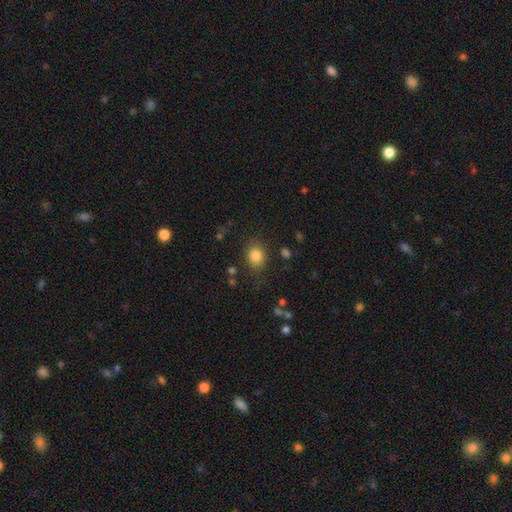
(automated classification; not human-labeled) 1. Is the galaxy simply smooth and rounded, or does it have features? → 83% smooth, 11% star or artifact, 6% featured or disk.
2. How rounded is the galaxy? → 55% round, 45% in between, 1% cigar-shaped.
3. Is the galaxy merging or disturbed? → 82% none, 12% minor disturbance, 4% major disturbance, 2% merger.